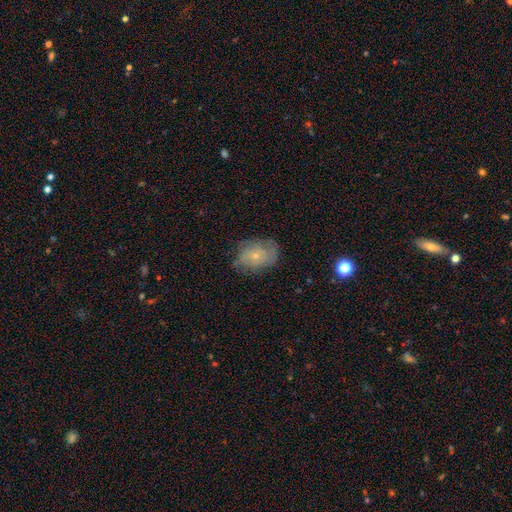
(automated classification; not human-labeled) The model was most divided on "smooth or featured": smooth: 50%, featured or disk: 41%, star or artifact: 9%. More confident: merging — none (63%).